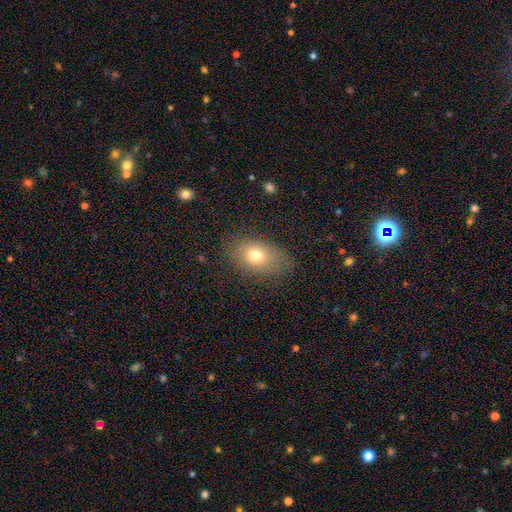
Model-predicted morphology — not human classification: Smooth or featured?
  - smooth: 72% *
  - featured or disk: 17%
  - star or artifact: 11%
How rounded?
  - in between: 83% *
  - round: 15%
  - cigar-shaped: 2%
Merging?
  - none: 76% *
  - minor disturbance: 16%
  - major disturbance: 6%
  - merger: 1%